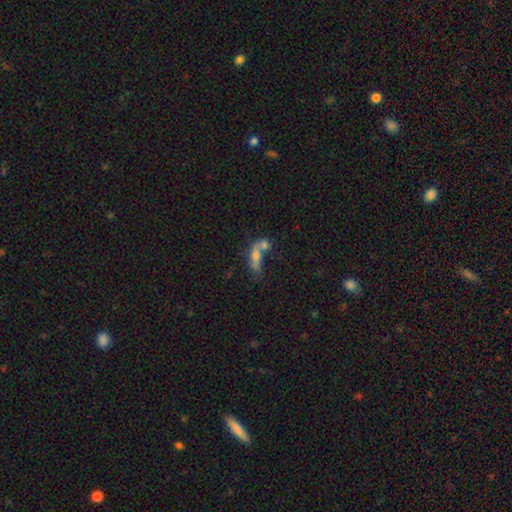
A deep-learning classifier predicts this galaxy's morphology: Q: Smooth or featured?
A: smooth (56%); runner-up: featured or disk (32%)
Q: How rounded?
A: in between (58%); runner-up: cigar-shaped (32%)
Q: Merging?
A: merger (56%); runner-up: none (21%)